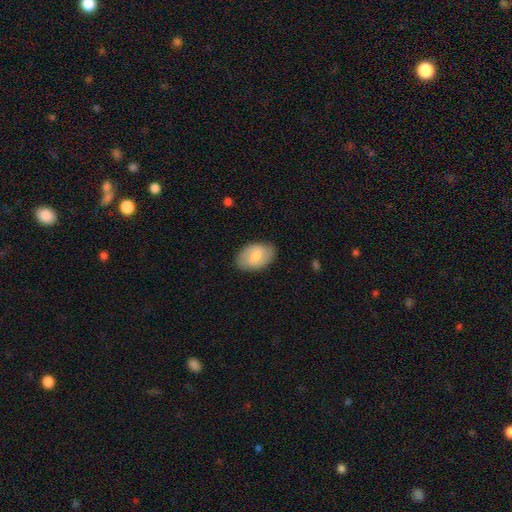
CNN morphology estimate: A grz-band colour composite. It shows a smooth galaxy with no disk features (65%) that is in between round and cigar-shaped (90%). Merging: none (82%).